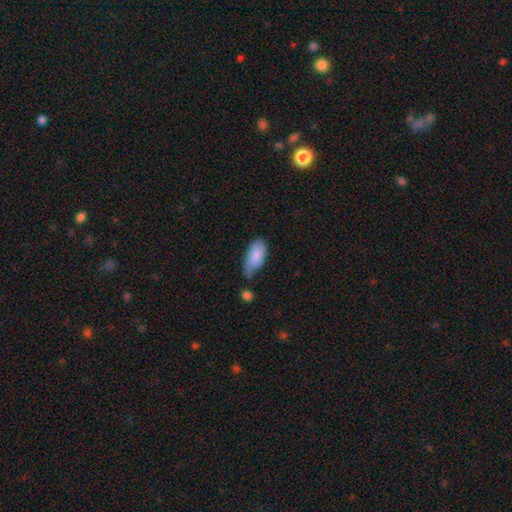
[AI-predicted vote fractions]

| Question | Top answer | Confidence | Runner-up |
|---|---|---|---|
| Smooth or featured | smooth | 81% | featured or disk (13%) |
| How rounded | in between | 93% | cigar-shaped (4%) |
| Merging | minor disturbance | 41% | none (40%) |